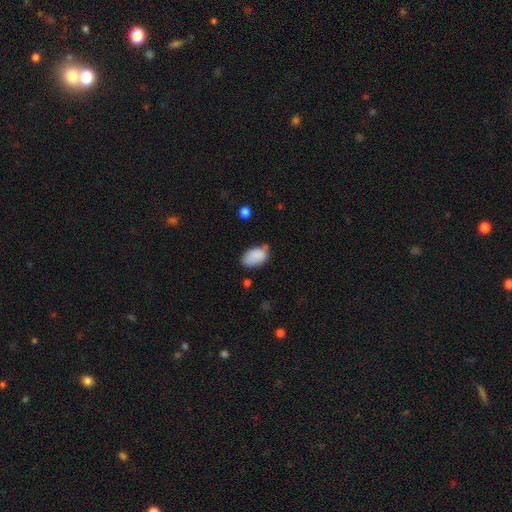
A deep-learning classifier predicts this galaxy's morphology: Smooth or featured: smooth — 87% (star or artifact — 7%)
How rounded: in between — 92% (round — 7%)
Merging: none — 57% (minor disturbance — 30%)